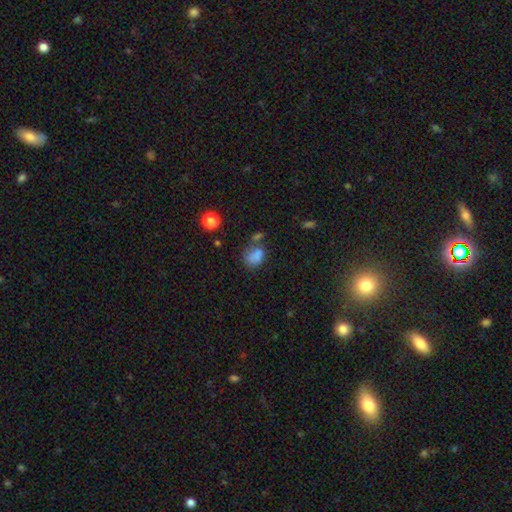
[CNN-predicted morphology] Smooth or featured? smooth (76%)
How rounded? in between (65%)
Merging? none (39%)